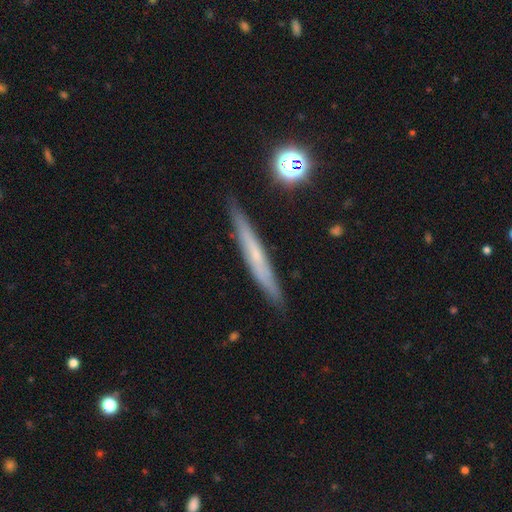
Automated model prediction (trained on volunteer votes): Q: Smooth or featured?
A: featured or disk (51%); runner-up: smooth (40%)
Q: Edge-on disk?
A: yes (92%); runner-up: no (8%)
Q: Merging?
A: none (89%); runner-up: minor disturbance (8%)